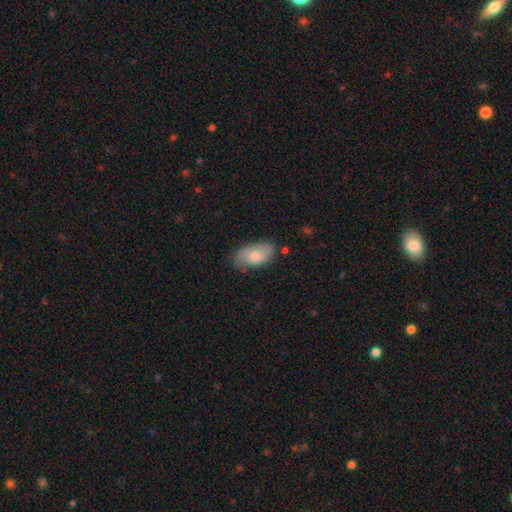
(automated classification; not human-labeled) Overall: smooth (72%). How rounded: in between (94%). Merging: none (69%).